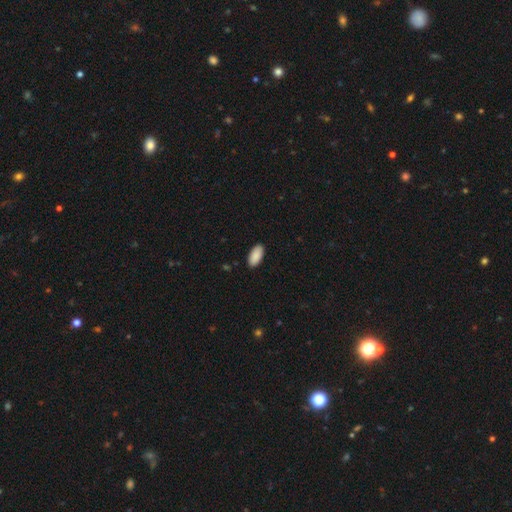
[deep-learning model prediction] smooth 91%, star or artifact 6%, featured or disk 3%. Down the decision tree: how rounded — in between (94%); merging — none (90%).